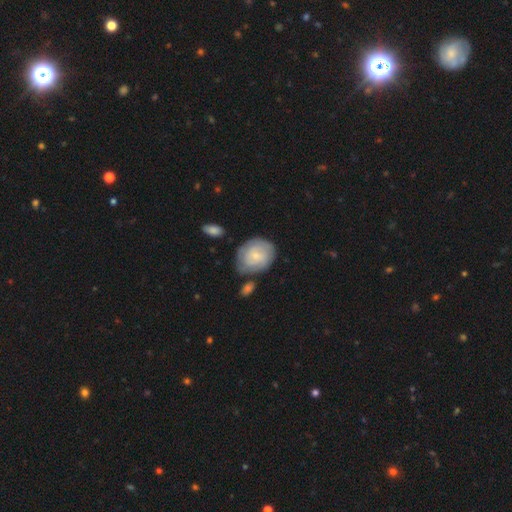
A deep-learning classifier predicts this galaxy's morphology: smooth_or_featured: smooth (p=0.48) [alt: featured or disk p=0.46]
merging: none (p=0.66) [alt: minor disturbance p=0.21]